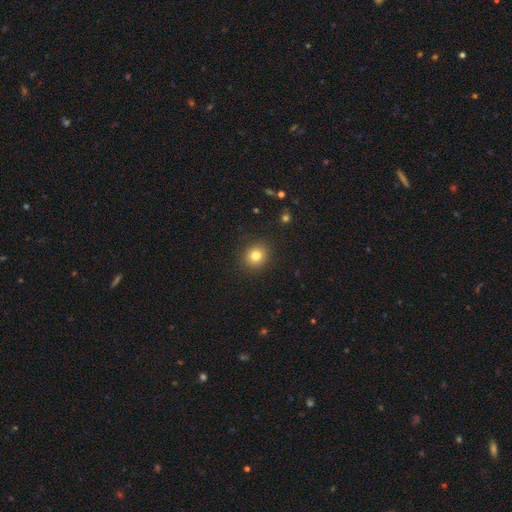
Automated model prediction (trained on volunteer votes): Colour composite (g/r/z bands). It shows a smooth galaxy with no disk features (82%) that is round (79%). Merging: none (90%).